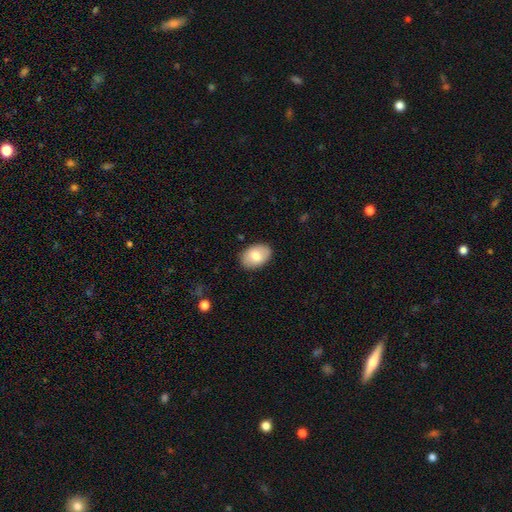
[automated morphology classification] This appears to be a smooth galaxy with no disk features (76%) that is in between round and cigar-shaped (86%). Merging: none (88%).